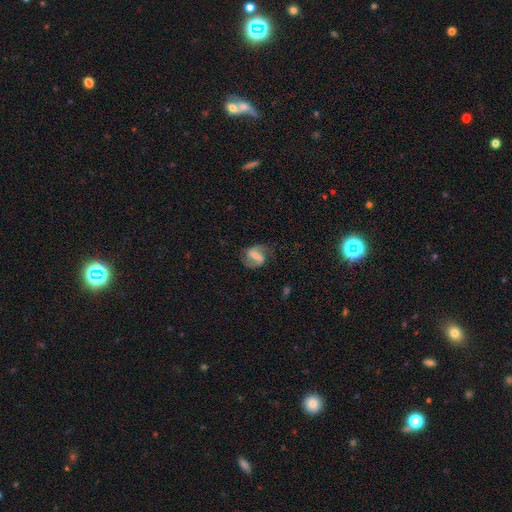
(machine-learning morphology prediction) Smooth or featured? Predicted: featured or disk (p=0.67). Edge-on disk? Predicted: no (p=0.96). Bar? Predicted: strong (p=0.56). Spiral arms? Predicted: yes (p=0.84). Spiral winding? Predicted: medium (p=0.42). Spiral arm count? Predicted: 2 (p=0.86). Bulge size? Predicted: small (p=0.33). Merging? Predicted: none (p=0.67).